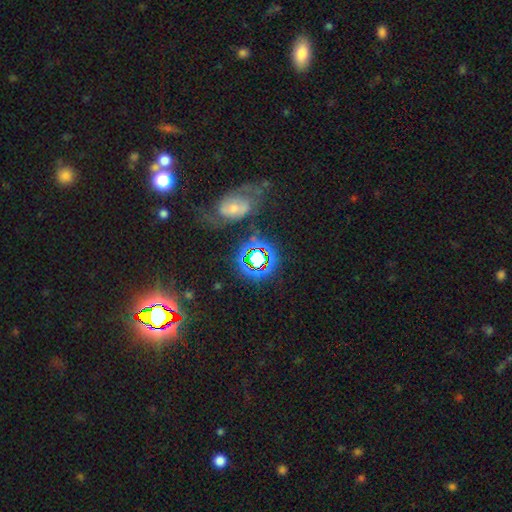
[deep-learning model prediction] Smooth or featured? Predicted: star or artifact (p=0.58).